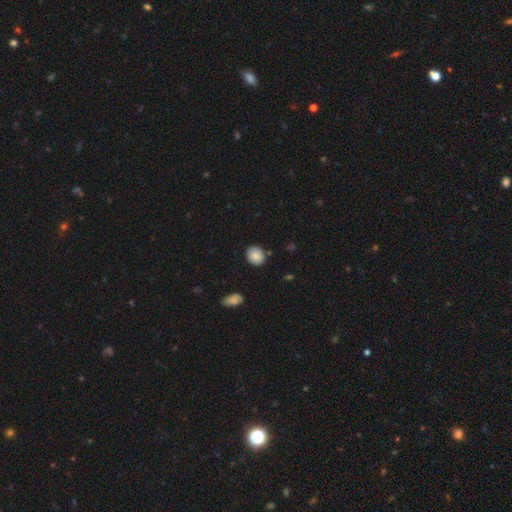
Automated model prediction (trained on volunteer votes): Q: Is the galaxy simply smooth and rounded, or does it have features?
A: smooth — 86%.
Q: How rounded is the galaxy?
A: round — 58%.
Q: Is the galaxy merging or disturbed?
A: none — 84%.